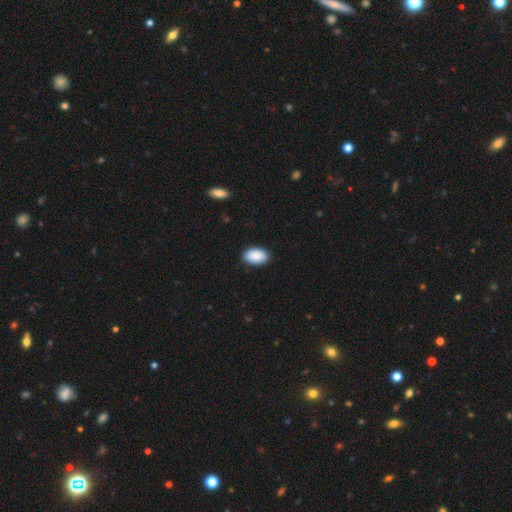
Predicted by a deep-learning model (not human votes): Smooth or featured: smooth — 91% (star or artifact — 6%)
How rounded: in between — 93% (round — 6%)
Merging: none — 89% (minor disturbance — 9%)